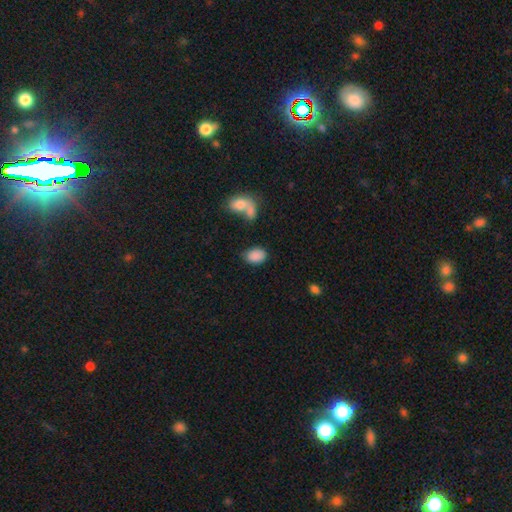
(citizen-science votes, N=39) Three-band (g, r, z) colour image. It shows a smooth galaxy with no disk features (85%) that is in between round and cigar-shaped (91%). Merging: none (86%).